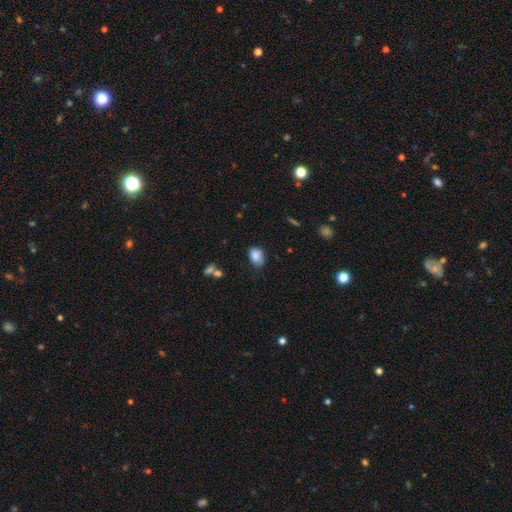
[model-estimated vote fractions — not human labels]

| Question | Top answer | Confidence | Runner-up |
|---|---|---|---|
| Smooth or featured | smooth | 84% | star or artifact (8%) |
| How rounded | in between | 79% | round (20%) |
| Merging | none | 60% | minor disturbance (31%) |